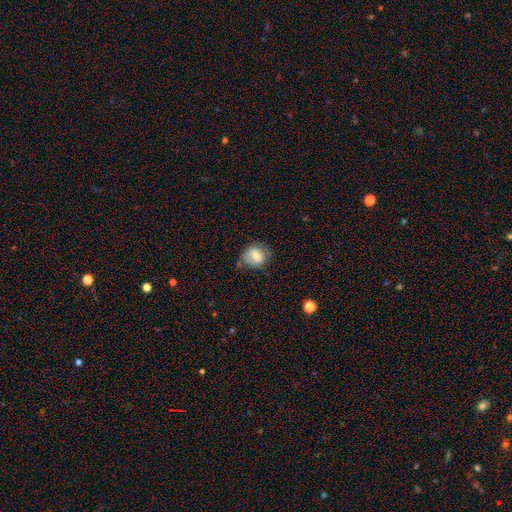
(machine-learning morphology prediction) This appears to be a smooth galaxy with no disk features (71%) that is round (70%). Merging: none (60%).